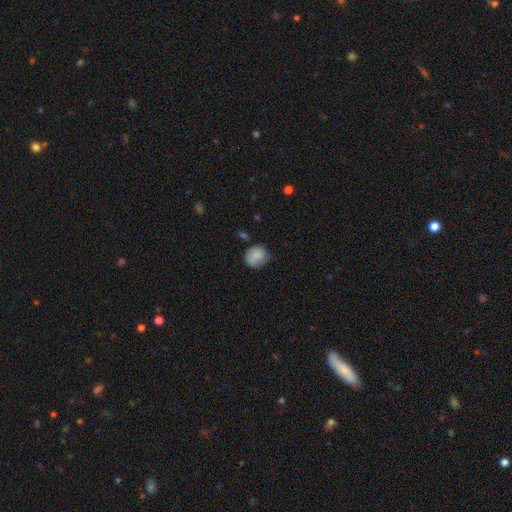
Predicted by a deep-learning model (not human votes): Smooth or featured? smooth (82%)
How rounded? round (74%)
Merging? none (60%)